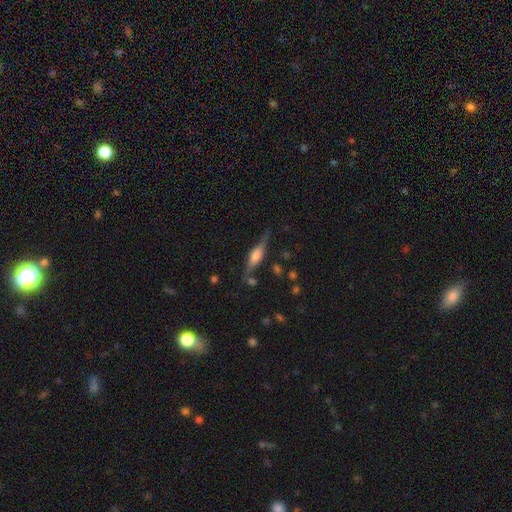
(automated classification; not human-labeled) Smooth or featured?
  - featured or disk: 72% *
  - smooth: 21%
  - star or artifact: 7%
Edge-on disk?
  - yes: 95% *
  - no: 5%
Edge-on bulge?
  - rounded: 77% *
  - boxy: 20%
  - none: 3%
Merging?
  - none: 77% *
  - minor disturbance: 15%
  - major disturbance: 5%
  - merger: 3%